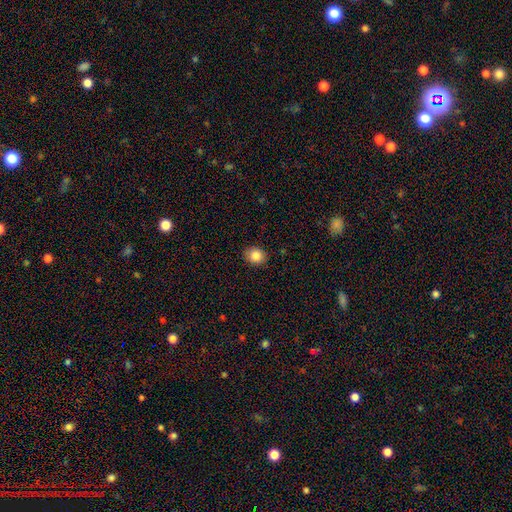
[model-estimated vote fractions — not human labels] A smooth galaxy with no disk features (85%) that is round (64%).

Vote fractions:
- Smooth or featured? smooth: 85% / star or artifact: 9% / featured or disk: 6%
- How rounded? round: 64% / in between: 35% / cigar-shaped: 1%
- Merging? none: 89% / minor disturbance: 8% / major disturbance: 2% / merger: 1%